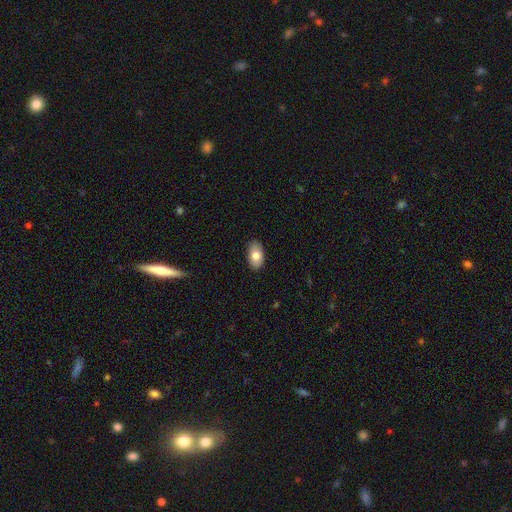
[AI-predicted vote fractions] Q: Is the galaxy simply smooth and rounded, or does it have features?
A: smooth — 80%.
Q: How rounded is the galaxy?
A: in between — 93%.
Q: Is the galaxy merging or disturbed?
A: none — 87%.